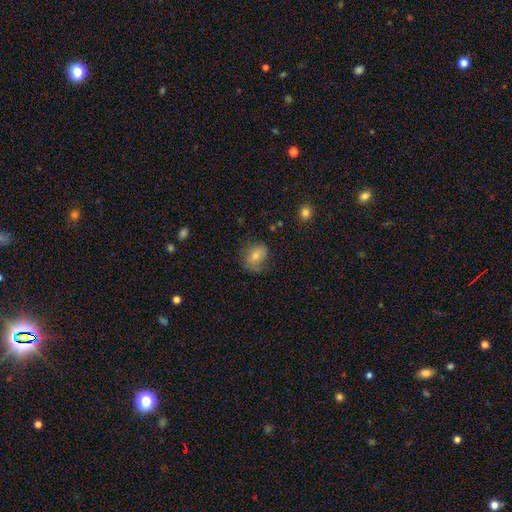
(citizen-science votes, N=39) Smooth or featured? 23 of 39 (59%) said smooth. How rounded? 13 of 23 (57%) said in between. Merging? 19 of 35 (54%) said none.